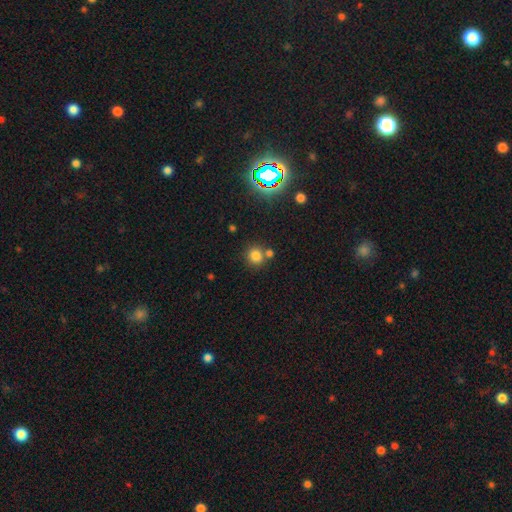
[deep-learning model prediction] Morphology: type=smooth (78%); roundness=round (86%); merging=none (67%).